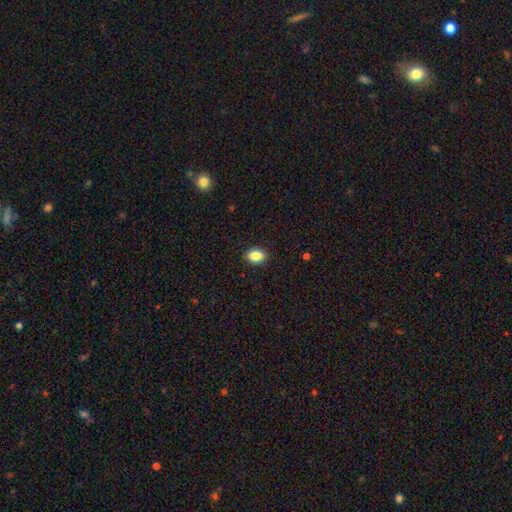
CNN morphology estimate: Smooth or featured?
  - smooth: 86% *
  - star or artifact: 8%
  - featured or disk: 5%
How rounded?
  - in between: 80% *
  - round: 18%
  - cigar-shaped: 2%
Merging?
  - none: 90% *
  - minor disturbance: 7%
  - major disturbance: 2%
  - merger: 1%